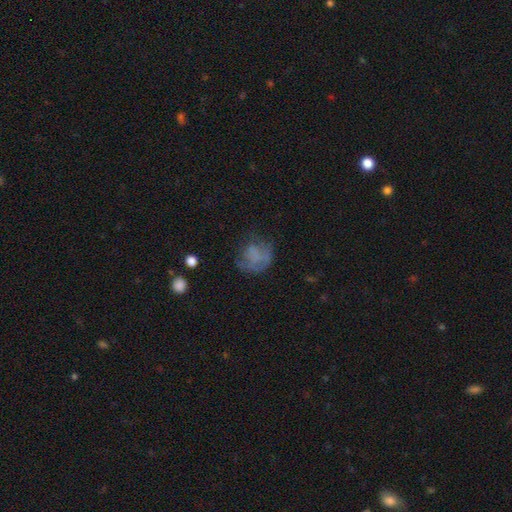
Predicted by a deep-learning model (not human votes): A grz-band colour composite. It shows a smooth galaxy with no disk features (51%) that is round (71%). Merging: none (43%).